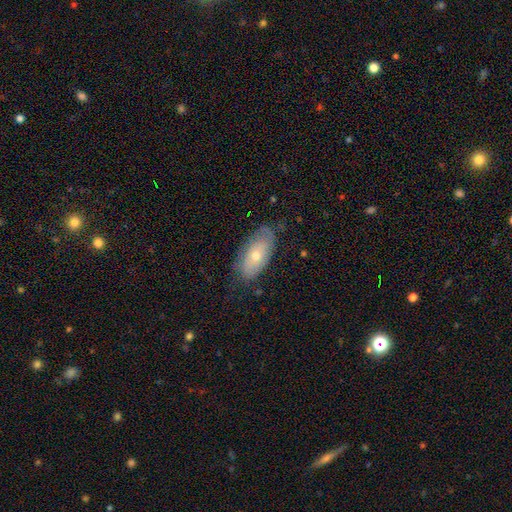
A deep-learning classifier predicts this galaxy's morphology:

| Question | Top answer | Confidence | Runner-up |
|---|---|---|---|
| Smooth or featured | smooth | 50% | featured or disk (43%) |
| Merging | none | 70% | minor disturbance (23%) |